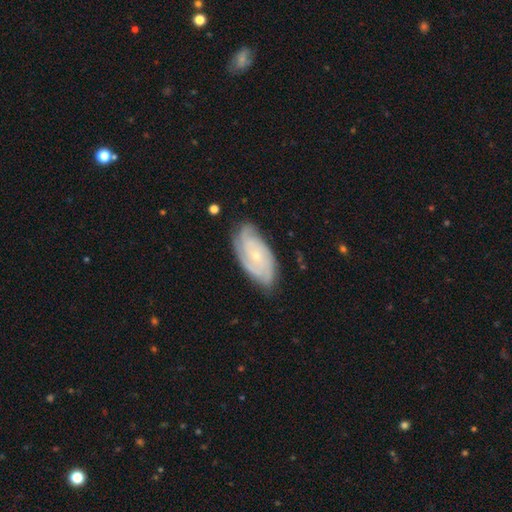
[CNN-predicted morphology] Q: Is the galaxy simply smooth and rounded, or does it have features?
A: featured or disk — 79%.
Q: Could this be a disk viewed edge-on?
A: no — 94%.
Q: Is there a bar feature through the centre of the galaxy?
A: no — 76%.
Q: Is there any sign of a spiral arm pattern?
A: yes — 95%.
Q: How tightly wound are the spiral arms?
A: tight — 68%.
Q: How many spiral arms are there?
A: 3 — 28%.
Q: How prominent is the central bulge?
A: small — 73%.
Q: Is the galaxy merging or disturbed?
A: none — 77%.